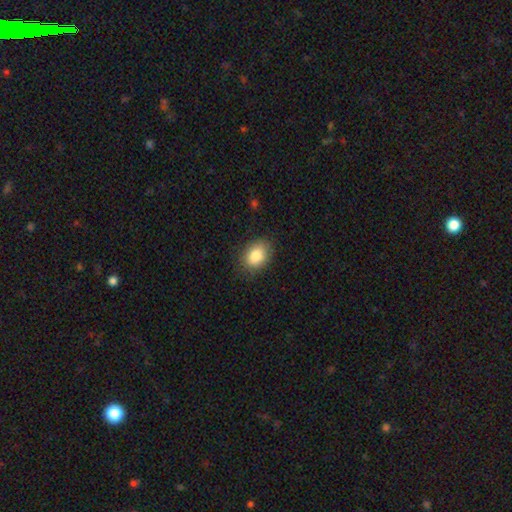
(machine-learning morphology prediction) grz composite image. It shows a smooth galaxy with no disk features (85%) that is in between round and cigar-shaped (74%). Merging: none (82%).